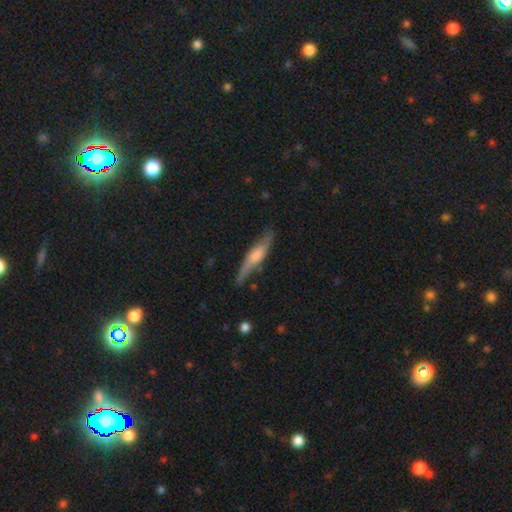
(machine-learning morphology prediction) Q: Smooth or featured?
A: featured or disk (57%); runner-up: smooth (37%)
Q: Edge-on disk?
A: yes (82%); runner-up: no (18%)
Q: Merging?
A: none (74%); runner-up: minor disturbance (19%)